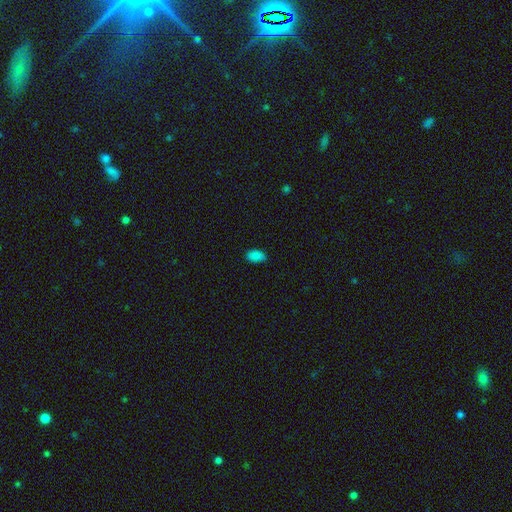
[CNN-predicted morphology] type=smooth (86%); roundness=in between (92%); merging=none (85%).